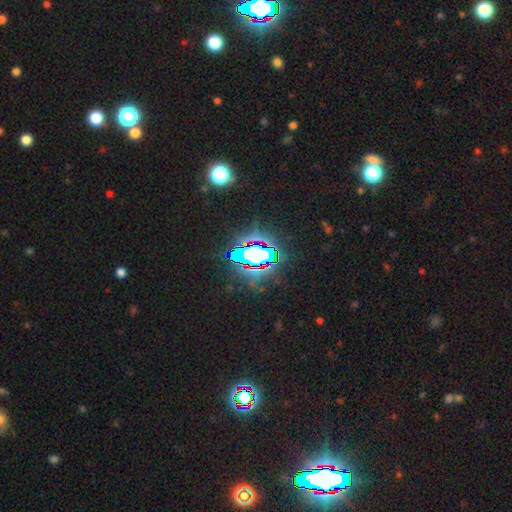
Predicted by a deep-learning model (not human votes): A star or artifact, not a galaxy (69%).

Vote fractions:
- Smooth or featured? star or artifact: 69% / smooth: 17% / featured or disk: 15%